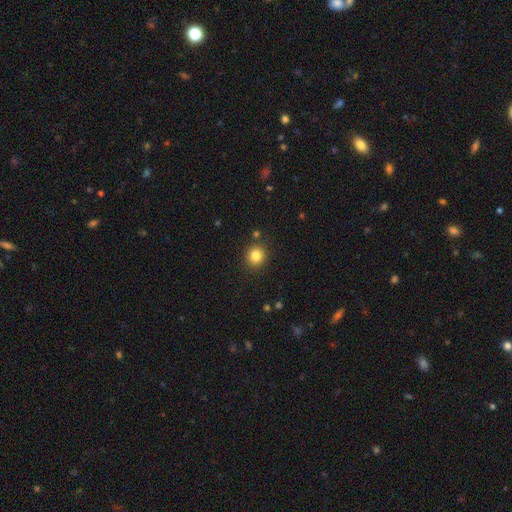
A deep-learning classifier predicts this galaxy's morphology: smooth 83%, star or artifact 11%, featured or disk 5%. Down the decision tree: how rounded — round (84%); merging — none (87%).